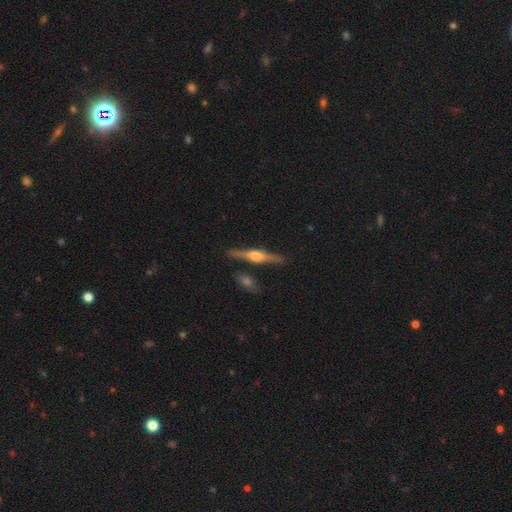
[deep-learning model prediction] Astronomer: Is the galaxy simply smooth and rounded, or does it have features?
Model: featured or disk — 74%.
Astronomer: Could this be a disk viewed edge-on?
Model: yes — 97%.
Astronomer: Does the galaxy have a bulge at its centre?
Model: rounded — 91%.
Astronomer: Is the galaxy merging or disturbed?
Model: none — 85%.